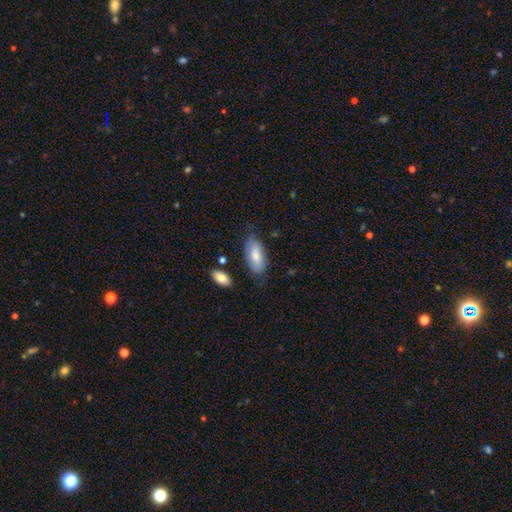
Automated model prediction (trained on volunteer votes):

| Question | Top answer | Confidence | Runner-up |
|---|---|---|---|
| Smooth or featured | smooth | 78% | featured or disk (17%) |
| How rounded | in between | 89% | cigar-shaped (9%) |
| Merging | none | 71% | minor disturbance (21%) |